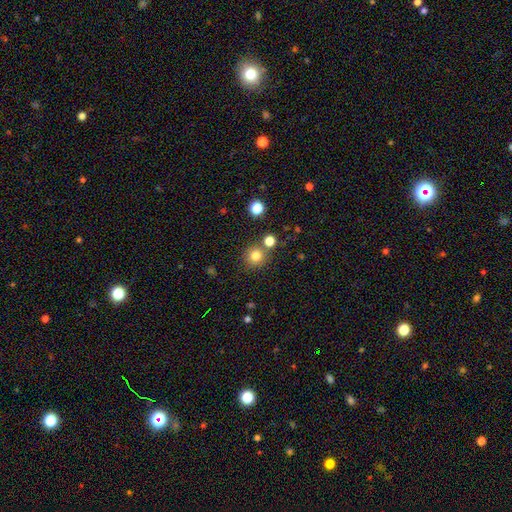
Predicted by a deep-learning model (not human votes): Smooth or featured: smooth — 80% (star or artifact — 13%)
How rounded: round — 92% (in between — 7%)
Merging: none — 78% (merger — 12%)